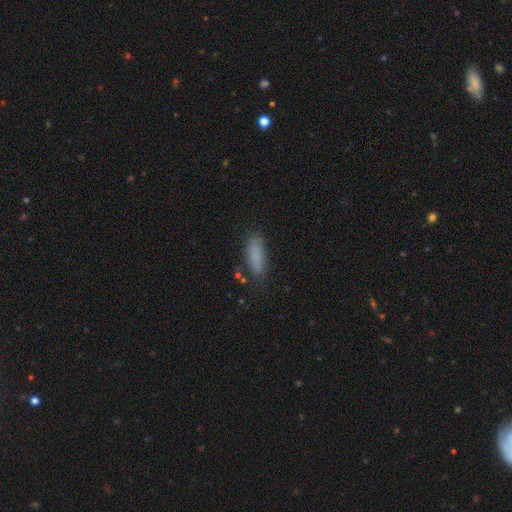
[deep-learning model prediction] smooth 84%, star or artifact 8%, featured or disk 8%. Down the decision tree: how rounded — in between (52%); merging — none (79%).